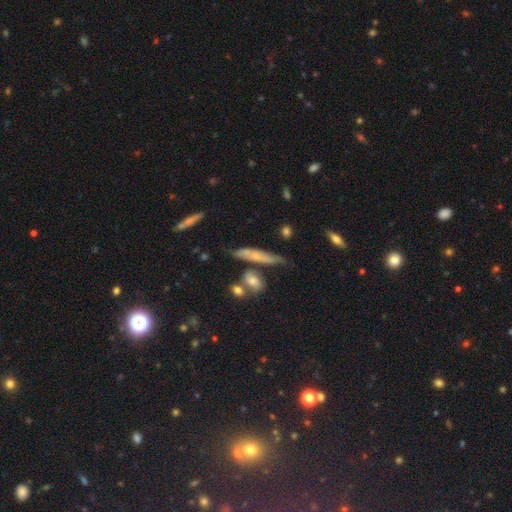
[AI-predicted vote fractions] A smooth galaxy with no disk features (49%).

Vote fractions:
- Smooth or featured? smooth: 49% / featured or disk: 42% / star or artifact: 9%
- Merging? none: 56% / minor disturbance: 24% / merger: 13% / major disturbance: 8%